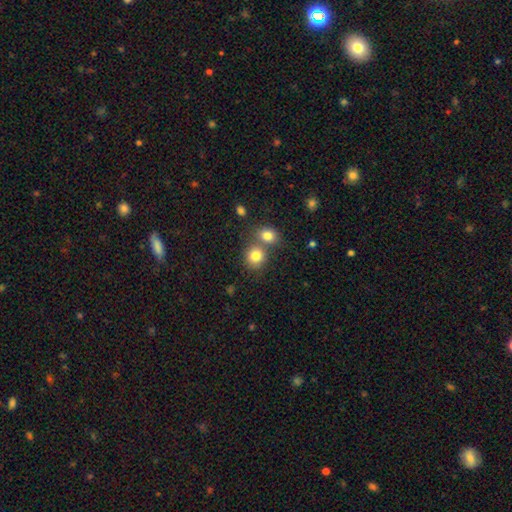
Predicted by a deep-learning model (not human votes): smooth_or_featured: smooth (p=0.81) [alt: star or artifact p=0.11]
how_rounded: round (p=0.81) [alt: in between p=0.18]
merging: none (p=0.55) [alt: merger p=0.35]